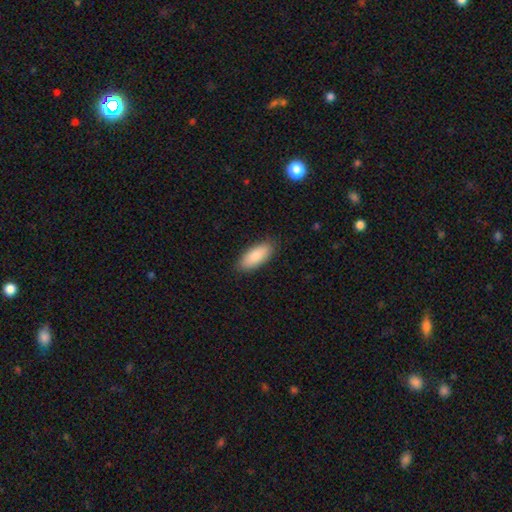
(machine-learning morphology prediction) Smooth or featured? Predicted: smooth (p=0.87). How rounded? Predicted: in between (p=0.83). Merging? Predicted: none (p=0.87).